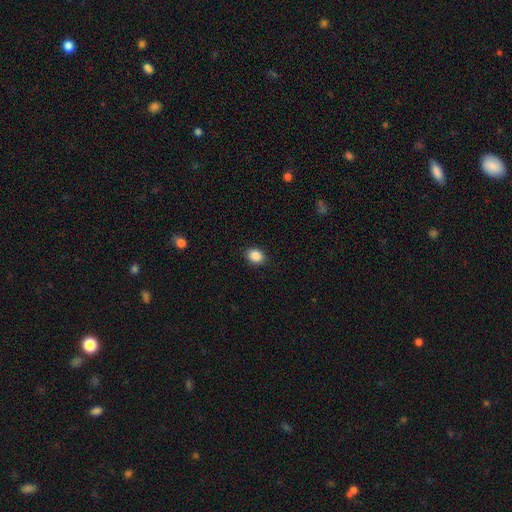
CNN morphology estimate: This appears to be a smooth galaxy with no disk features (88%) that is in between round and cigar-shaped (50%). Merging: none (89%).